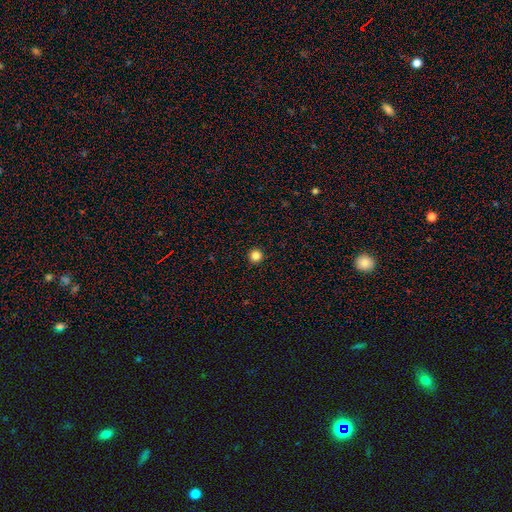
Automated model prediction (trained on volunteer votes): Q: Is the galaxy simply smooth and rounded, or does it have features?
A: smooth — 85%.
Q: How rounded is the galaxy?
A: round — 97%.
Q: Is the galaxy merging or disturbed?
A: none — 94%.